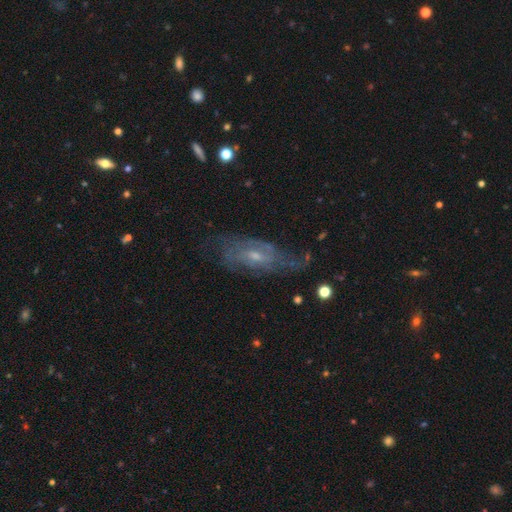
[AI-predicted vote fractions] The model was most divided on "spiral winding": medium: 41%, tight: 37%, loose: 21%. Remaining: edge-on disk — no (87%); spiral arms — yes (81%); smooth or featured — featured or disk (73%); merging — none (57%); bulge size — small (49%); bar — no (48%); spiral arm count — can't tell (46%).